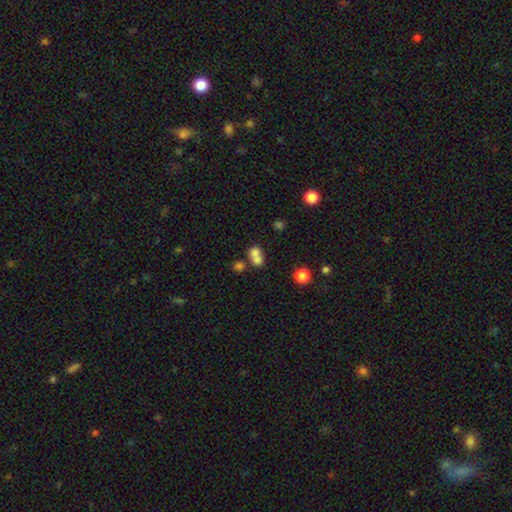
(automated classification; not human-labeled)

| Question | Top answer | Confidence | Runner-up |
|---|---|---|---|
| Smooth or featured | smooth | 70% | featured or disk (17%) |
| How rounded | round | 69% | in between (30%) |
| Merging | merger | 63% | none (28%) |